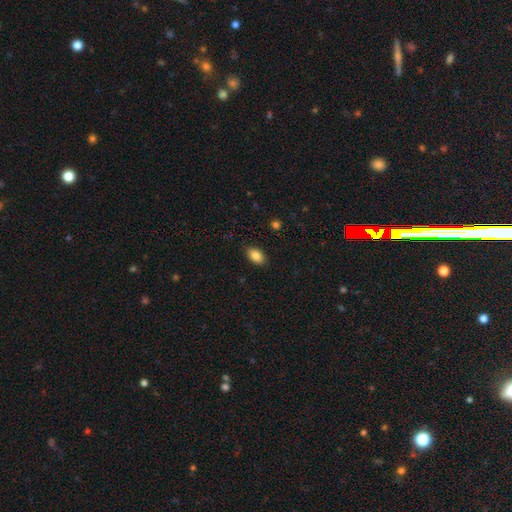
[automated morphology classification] This appears to be a smooth galaxy with no disk features (86%) that is in between round and cigar-shaped (91%). Merging: none (88%).